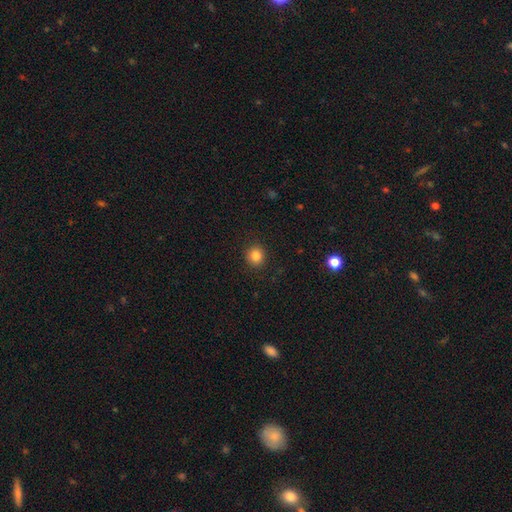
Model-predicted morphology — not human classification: Smooth or featured? Predicted: smooth (p=0.83). How rounded? Predicted: round (p=0.89). Merging? Predicted: none (p=0.91).